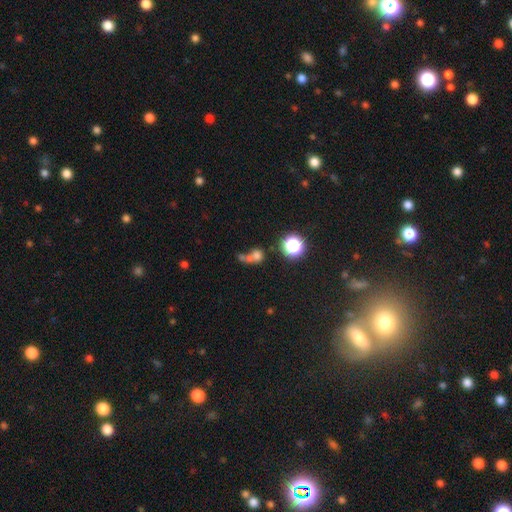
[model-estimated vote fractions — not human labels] Q: Smooth or featured?
A: smooth (61%); runner-up: star or artifact (24%)
Q: How rounded?
A: round (73%); runner-up: in between (25%)
Q: Merging?
A: merger (53%); runner-up: none (30%)